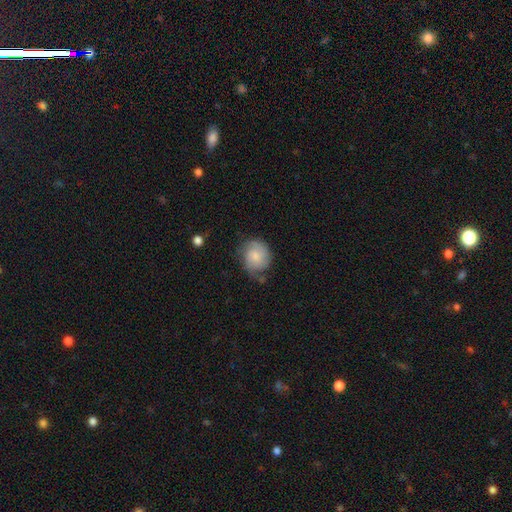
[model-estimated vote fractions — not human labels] Smooth or featured? smooth (56%)
How rounded? round (76%)
Merging? none (60%)